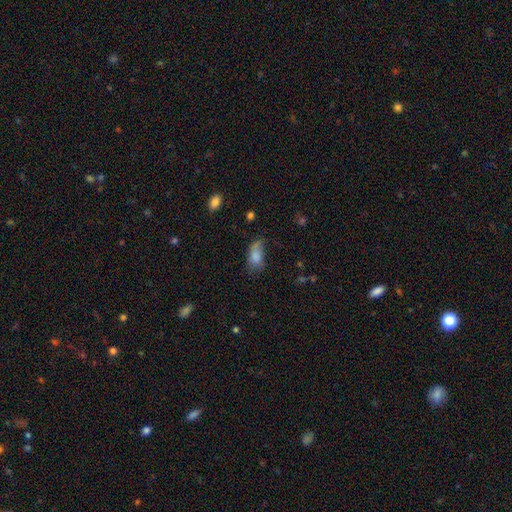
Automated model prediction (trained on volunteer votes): The model was most divided on "merging": none: 36%, minor disturbance: 35%, major disturbance: 25%, merger: 4%. More confident: how rounded — in between (89%); smooth or featured — smooth (77%).